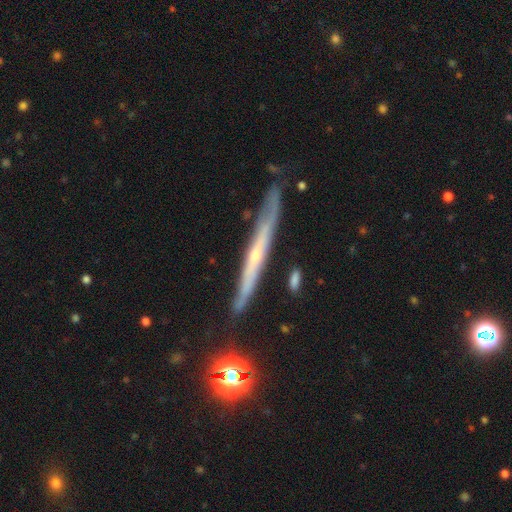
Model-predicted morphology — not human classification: The model was most divided on "edge-on bulge": rounded: 51%, none: 46%, boxy: 3%. More confident: edge-on disk — yes (91%); merging — none (78%); smooth or featured — featured or disk (74%).